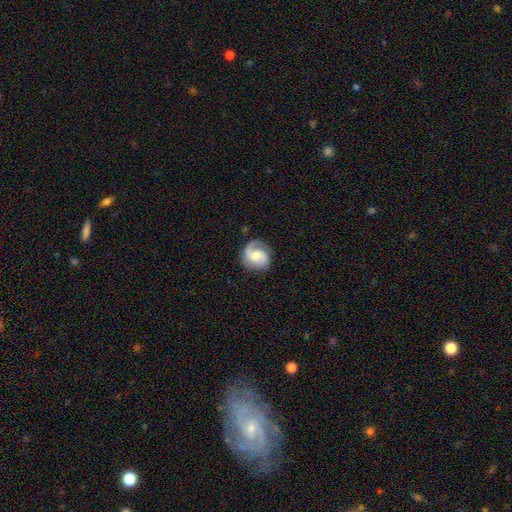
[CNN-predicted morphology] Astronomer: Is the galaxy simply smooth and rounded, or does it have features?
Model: featured or disk — 80%.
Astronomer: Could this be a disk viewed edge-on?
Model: no — 98%.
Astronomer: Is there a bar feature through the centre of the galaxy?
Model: no — 54% (runner-up: weak, 38%).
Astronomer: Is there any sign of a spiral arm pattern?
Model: yes — 96%.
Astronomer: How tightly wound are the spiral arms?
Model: medium — 48% (runner-up: tight, 31%).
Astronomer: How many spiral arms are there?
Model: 2 — 74%.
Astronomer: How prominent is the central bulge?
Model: moderate — 59%.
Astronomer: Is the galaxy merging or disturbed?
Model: none — 77%.